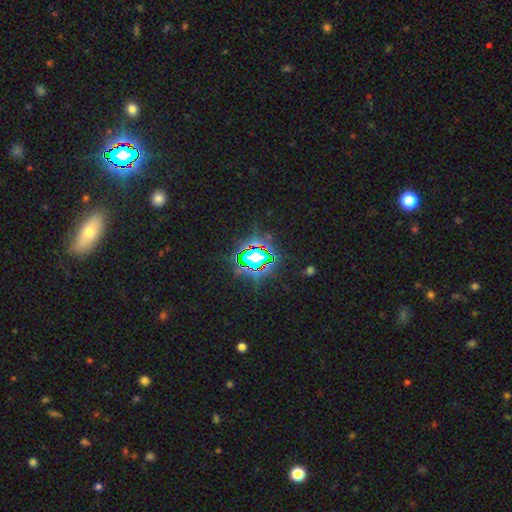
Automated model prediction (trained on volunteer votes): A star or artifact, not a galaxy (77%).

Vote fractions:
- Smooth or featured? star or artifact: 77% / smooth: 13% / featured or disk: 10%